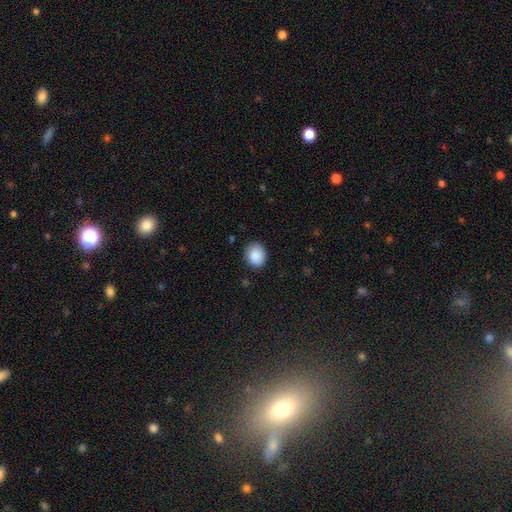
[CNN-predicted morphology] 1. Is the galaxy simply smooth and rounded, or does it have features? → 89% smooth, 8% star or artifact, 4% featured or disk.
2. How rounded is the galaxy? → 58% round, 41% in between, 1% cigar-shaped.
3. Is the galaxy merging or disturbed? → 80% none, 16% minor disturbance, 3% major disturbance, 1% merger.